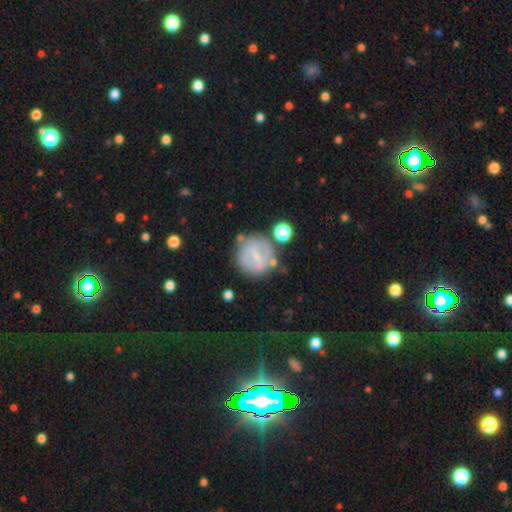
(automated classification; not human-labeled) The model was most divided on "spiral arms": yes: 51%, no: 49%. Remaining: edge-on disk — no (97%); merging — none (63%); smooth or featured — featured or disk (54%); bulge size — small (53%); bar — weak (48%).